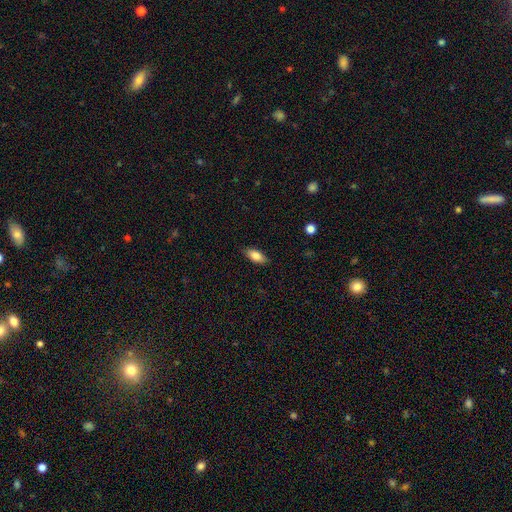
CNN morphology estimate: Smooth or featured: smooth — 80% (featured or disk — 13%)
How rounded: in between — 85% (cigar-shaped — 12%)
Merging: none — 85% (minor disturbance — 12%)